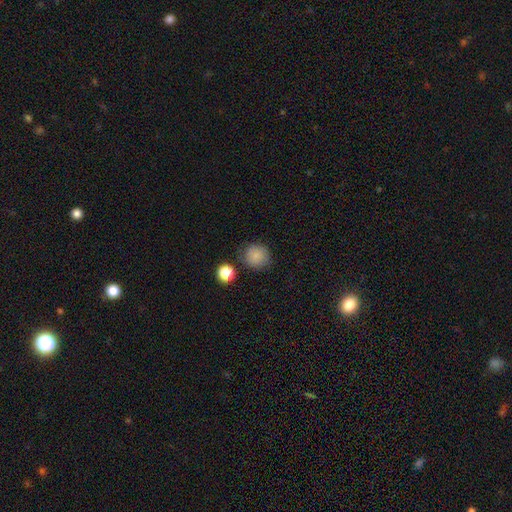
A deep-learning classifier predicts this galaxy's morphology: smooth 84%, star or artifact 10%, featured or disk 6%. Down the decision tree: how rounded — round (89%); merging — none (81%).